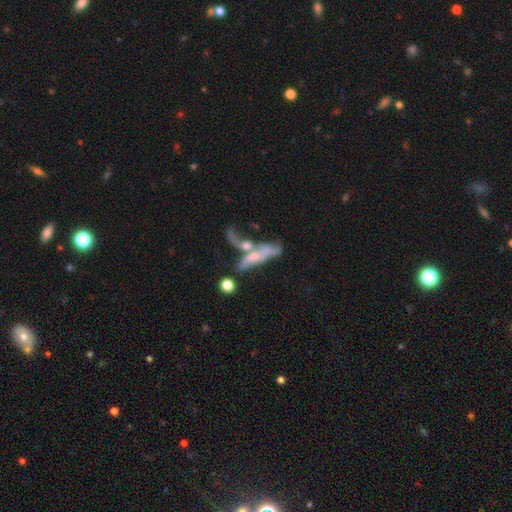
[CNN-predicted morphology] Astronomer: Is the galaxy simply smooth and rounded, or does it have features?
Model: featured or disk — 53% (runner-up: smooth, 37%).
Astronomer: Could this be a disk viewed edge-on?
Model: no — 63%.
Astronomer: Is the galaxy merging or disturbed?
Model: merger — 52%.